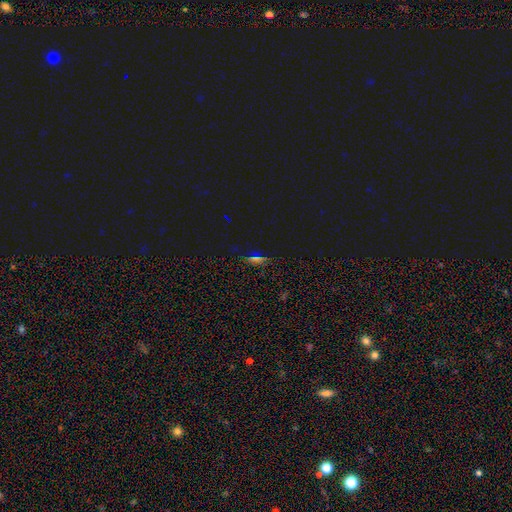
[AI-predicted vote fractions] Smooth or featured: star or artifact — 48% (smooth — 40%)